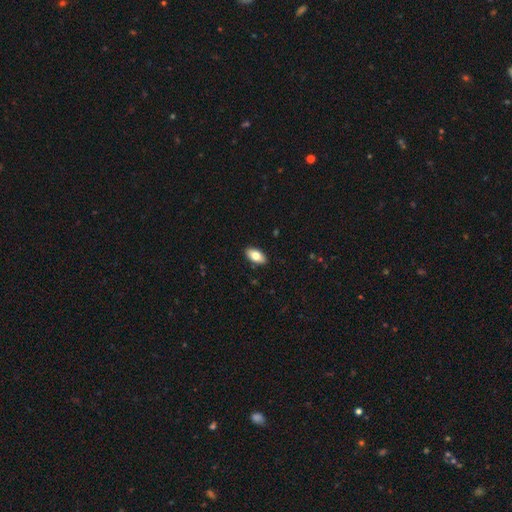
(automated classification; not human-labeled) This appears to be a smooth galaxy with no disk features (78%) that is in between round and cigar-shaped (92%). Merging: none (90%).